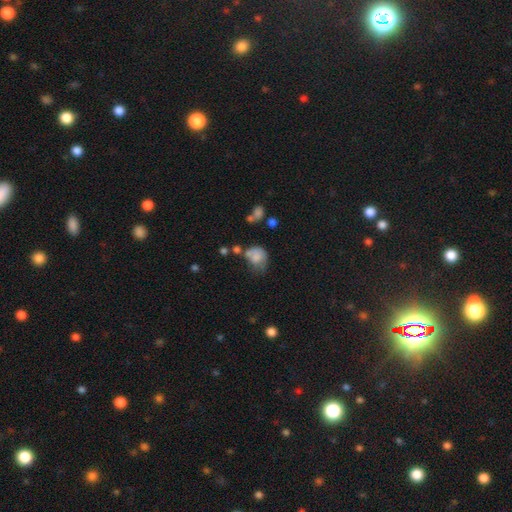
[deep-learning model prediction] Morphology: type=smooth (73%); roundness=round (56%); merging=minor disturbance (31%).